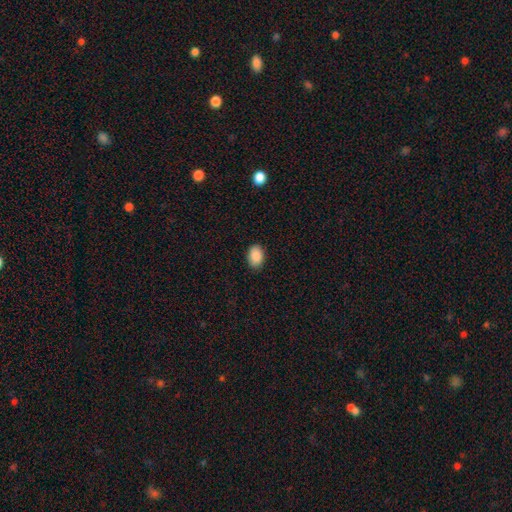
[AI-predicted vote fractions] This is clearly a smooth galaxy (90%). How rounded: clearly in between (85%). Merging: clearly none (88%).